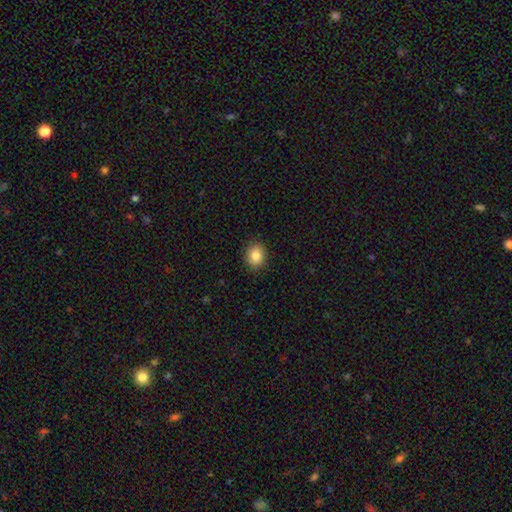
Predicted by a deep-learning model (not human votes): smooth-or-featured: smooth: 85% | star or artifact: 9% | featured or disk: 6%
  how-rounded: round: 58% | in between: 41% | cigar-shaped: 1%
  merging: none: 90% | minor disturbance: 8% | major disturbance: 2% | merger: 1%